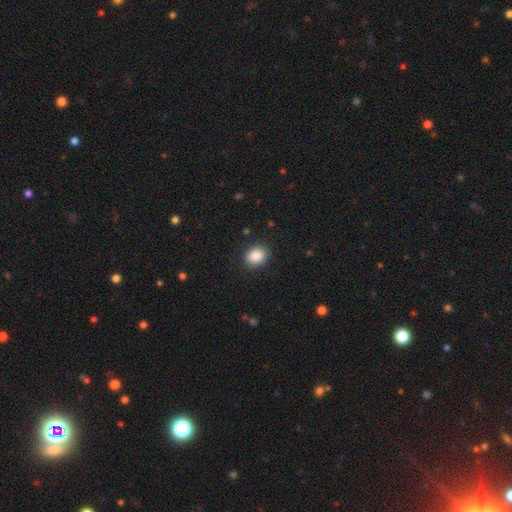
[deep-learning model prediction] This is clearly a smooth galaxy (88%). How rounded: possibly in between (52%). Merging: clearly none (87%).